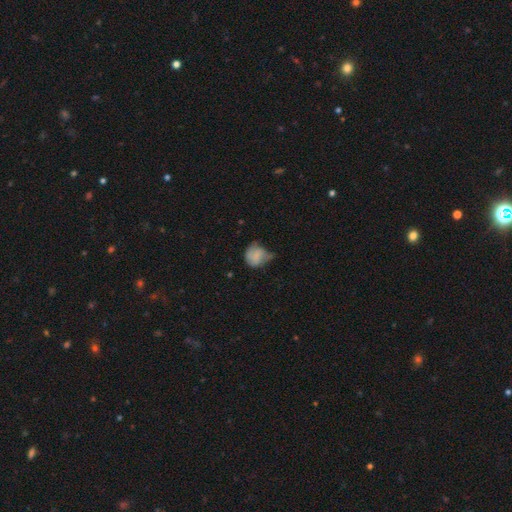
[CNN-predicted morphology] Smooth or featured?
  - smooth: 68% *
  - featured or disk: 22%
  - star or artifact: 10%
How rounded?
  - round: 64% *
  - in between: 35%
  - cigar-shaped: 1%
Merging?
  - minor disturbance: 43% *
  - none: 30%
  - major disturbance: 24%
  - merger: 3%